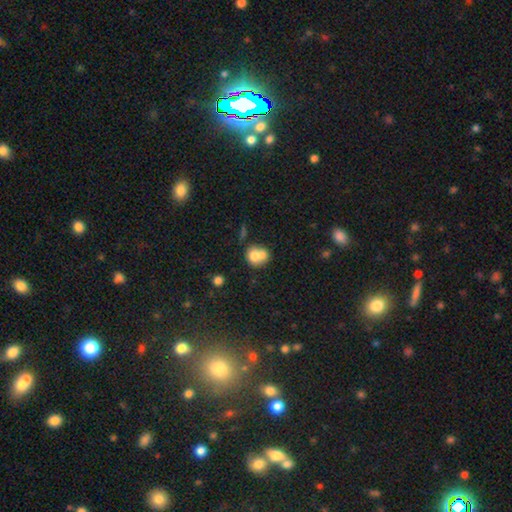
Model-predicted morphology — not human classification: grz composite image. It shows a smooth galaxy with no disk features (70%) that is round (72%). Merging: merger (61%).